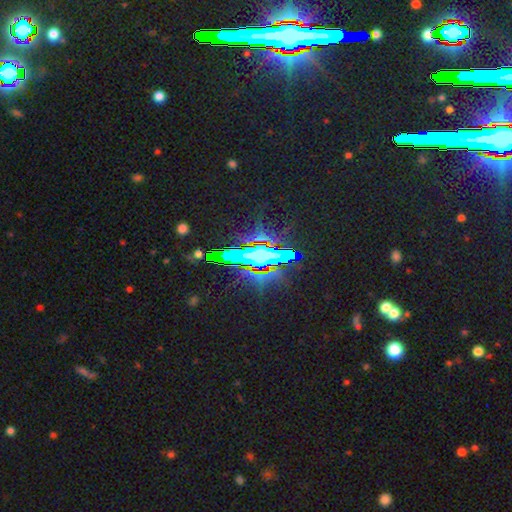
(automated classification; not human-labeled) Morphology: type=star or artifact (68%).